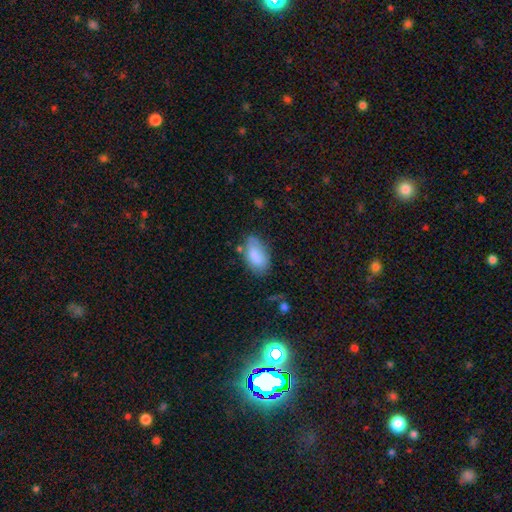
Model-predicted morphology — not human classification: type=smooth (83%); roundness=in between (94%); merging=none (62%).